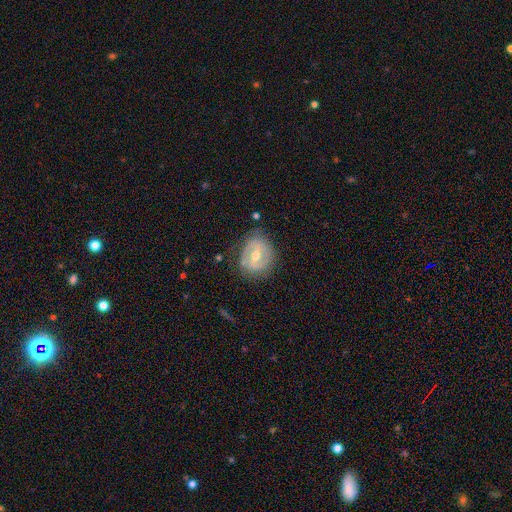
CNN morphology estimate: This appears to be a featured or disk galaxy (65%) with a weak bar (43%), spiral arms (53%) and a moderate central bulge (71%). Merging: none (76%).